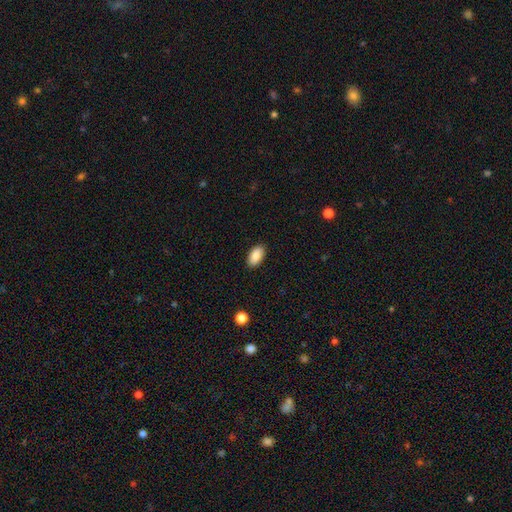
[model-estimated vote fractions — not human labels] smooth 88%, star or artifact 7%, featured or disk 5%. Down the decision tree: how rounded — in between (94%); merging — none (89%).